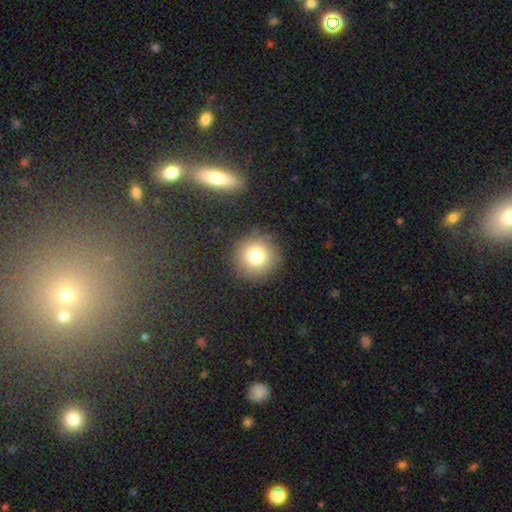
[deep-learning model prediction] Q: Smooth or featured?
A: smooth (76%); runner-up: star or artifact (14%)
Q: How rounded?
A: round (95%); runner-up: in between (5%)
Q: Merging?
A: none (89%); runner-up: minor disturbance (7%)